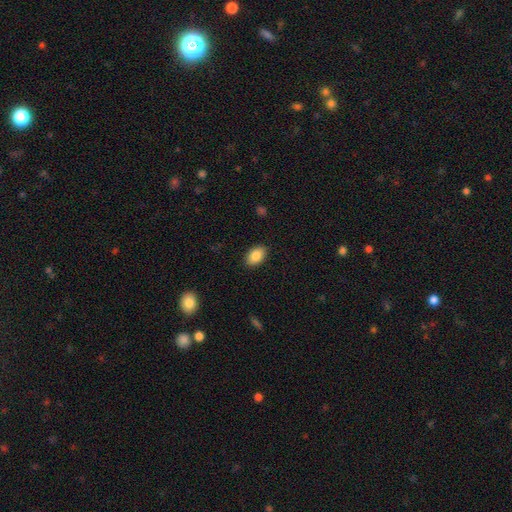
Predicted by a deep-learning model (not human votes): Smooth or featured? Predicted: smooth (p=0.87). How rounded? Predicted: in between (p=0.89). Merging? Predicted: none (p=0.88).